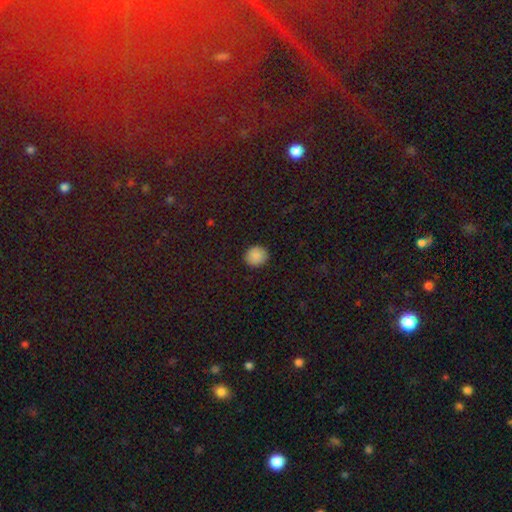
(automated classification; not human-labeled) This is clearly a smooth galaxy (88%). How rounded: clearly round (85%). Merging: clearly none (91%).